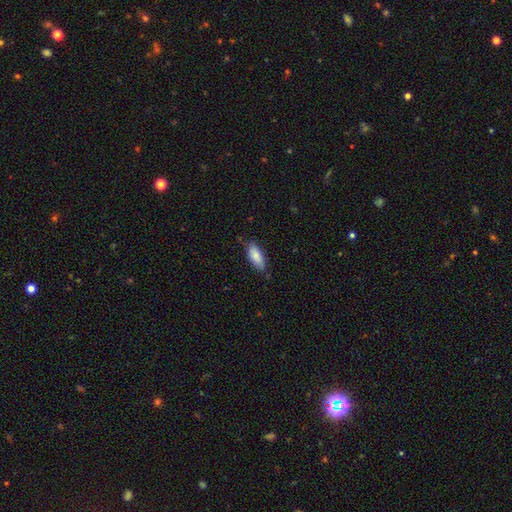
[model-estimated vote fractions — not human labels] smooth 86%, featured or disk 8%, star or artifact 6%. Down the decision tree: how rounded — in between (80%); merging — none (75%).